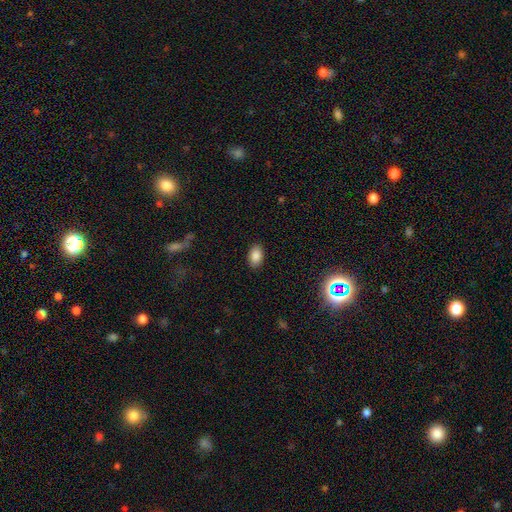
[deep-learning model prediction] smooth 86%, star or artifact 9%, featured or disk 5%. Down the decision tree: how rounded — in between (86%); merging — none (89%).